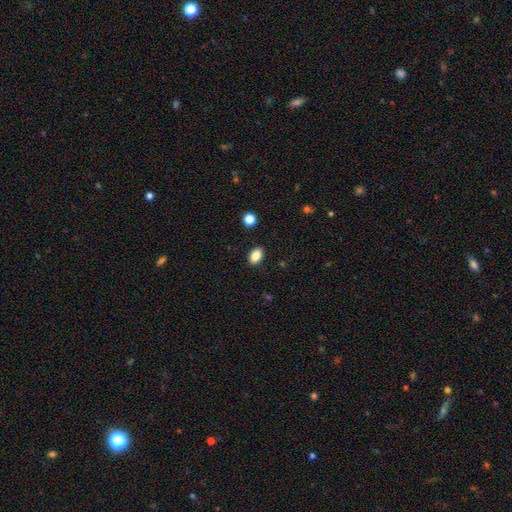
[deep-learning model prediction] smooth-or-featured: smooth: 85% | star or artifact: 9% | featured or disk: 6%
  how-rounded: in between: 85% | round: 14% | cigar-shaped: 1%
  merging: none: 89% | minor disturbance: 8% | major disturbance: 2% | merger: 1%